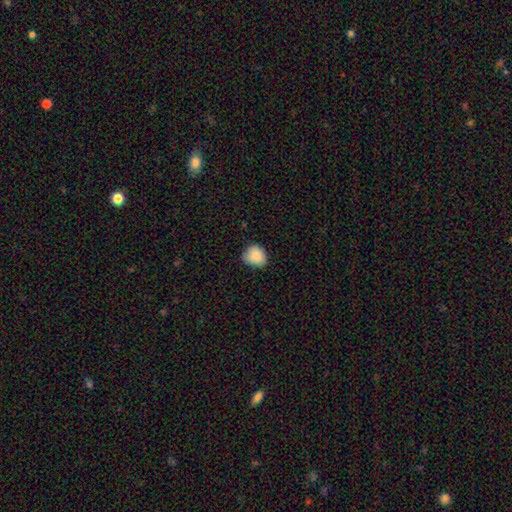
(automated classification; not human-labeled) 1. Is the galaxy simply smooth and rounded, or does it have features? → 87% smooth, 9% star or artifact, 5% featured or disk.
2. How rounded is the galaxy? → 59% round, 40% in between, 1% cigar-shaped.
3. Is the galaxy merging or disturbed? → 66% none, 29% minor disturbance, 4% major disturbance, 1% merger.